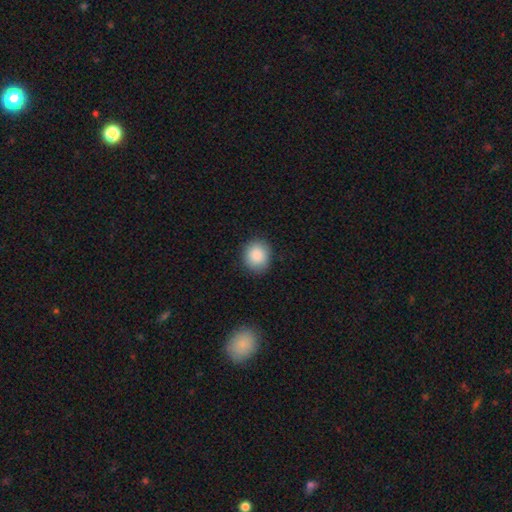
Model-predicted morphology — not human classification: The model was most divided on "how rounded": round: 76%, in between: 23%, cigar-shaped: 1%. More confident: smooth or featured — smooth (88%); merging — none (87%).